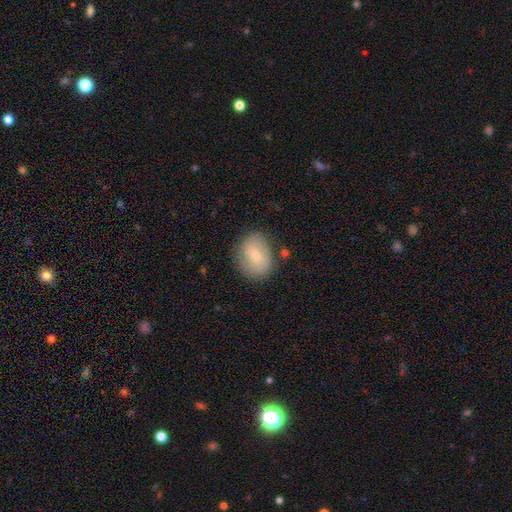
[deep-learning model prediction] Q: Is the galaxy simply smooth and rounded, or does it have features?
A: smooth — 68%.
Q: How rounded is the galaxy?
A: in between — 50%.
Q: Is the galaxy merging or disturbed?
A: none — 76%.